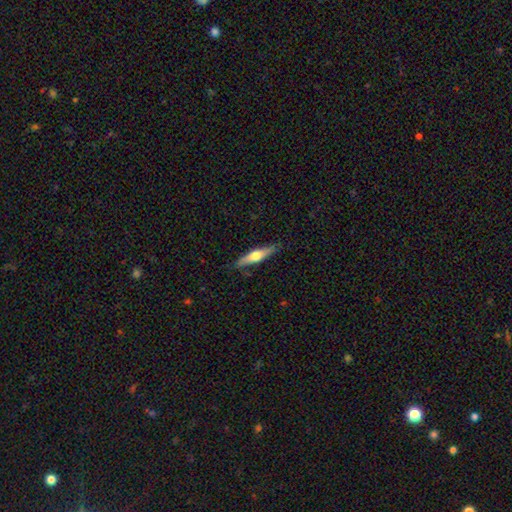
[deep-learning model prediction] featured or disk 51%, smooth 44%, star or artifact 5%. Down the decision tree: edge-on disk — yes (94%); merging — none (85%).